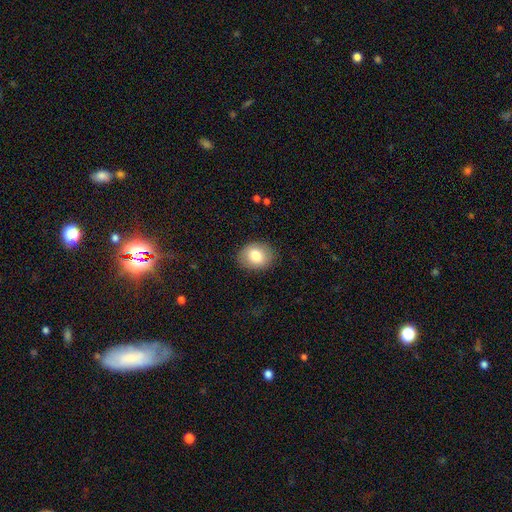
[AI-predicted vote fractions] A smooth galaxy with no disk features (80%) that is in between round and cigar-shaped (52%). Merging: none (86%).